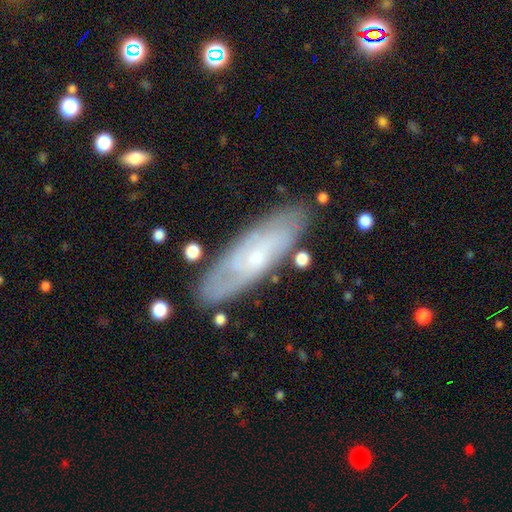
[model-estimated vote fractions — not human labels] Morphology: type=featured or disk (60%); edge-on=no (76%); merging=none (79%).